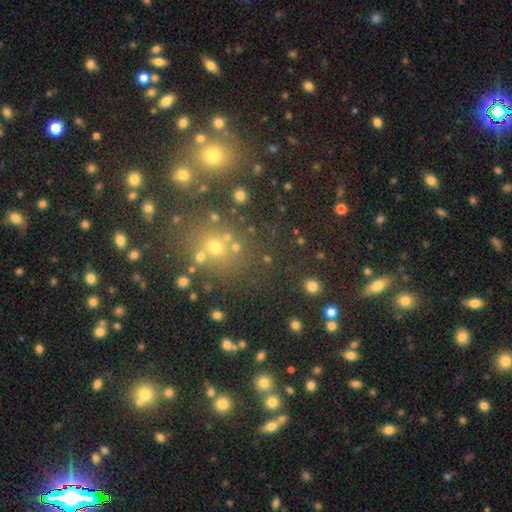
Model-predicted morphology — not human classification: star or artifact 54%, smooth 36%, featured or disk 10%.